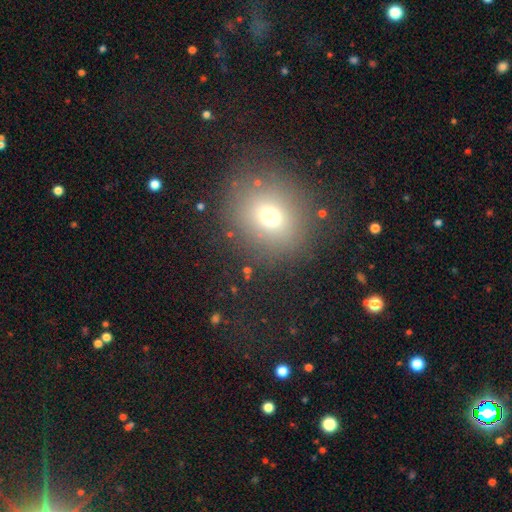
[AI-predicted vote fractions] Q: Smooth or featured?
A: smooth (64%); runner-up: star or artifact (25%)
Q: How rounded?
A: round (78%); runner-up: in between (20%)
Q: Merging?
A: none (78%); runner-up: minor disturbance (11%)